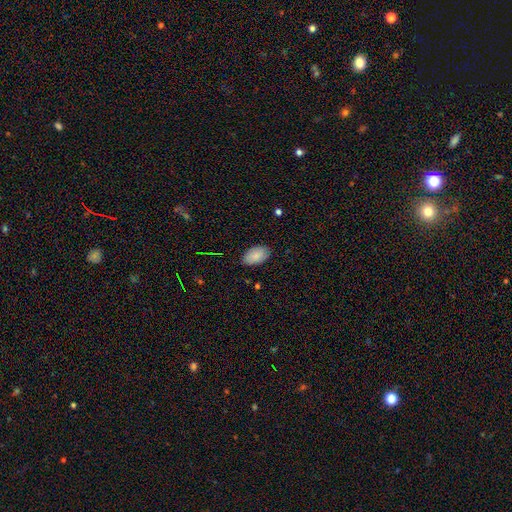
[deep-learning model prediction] Smooth or featured?
  - smooth: 85% *
  - featured or disk: 8%
  - star or artifact: 7%
How rounded?
  - in between: 94% *
  - round: 4%
  - cigar-shaped: 1%
Merging?
  - none: 85% *
  - minor disturbance: 12%
  - major disturbance: 2%
  - merger: 1%